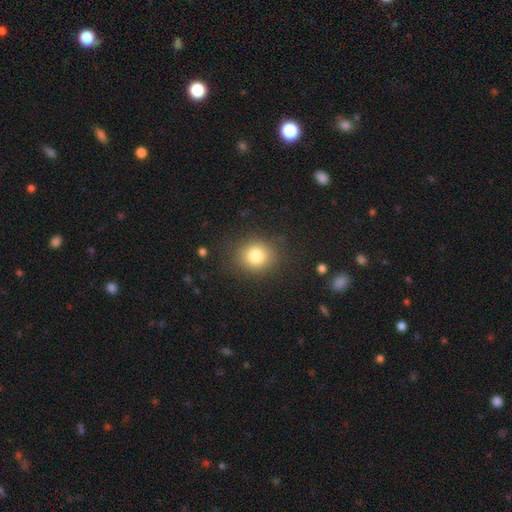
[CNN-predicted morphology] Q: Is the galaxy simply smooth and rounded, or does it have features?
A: smooth — 80%.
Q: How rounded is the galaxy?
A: round — 81%.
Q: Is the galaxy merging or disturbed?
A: none — 87%.